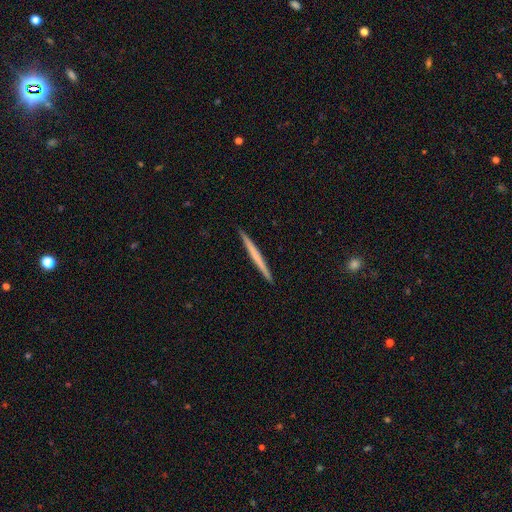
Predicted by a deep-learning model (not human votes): smooth_or_featured: smooth (p=0.50) [alt: featured or disk p=0.45]
how_rounded: cigar-shaped (p=0.97) [alt: in between p=0.01]
merging: none (p=0.93) [alt: minor disturbance p=0.05]